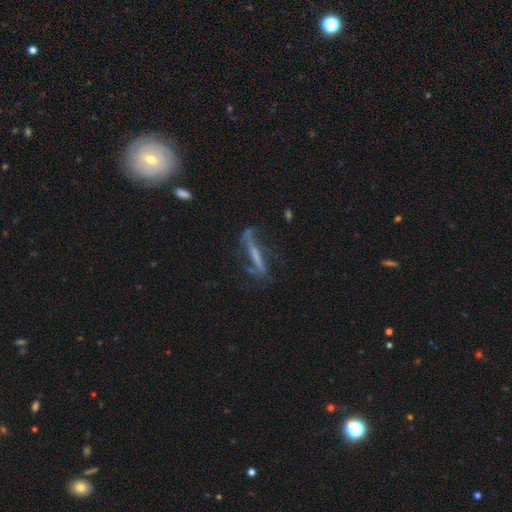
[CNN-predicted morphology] smooth-or-featured: featured or disk: 62% | smooth: 27% | star or artifact: 11%
  disk-edge-on: yes: 58% | no: 42%
  merging: none: 50% | minor disturbance: 23% | major disturbance: 22% | merger: 5%